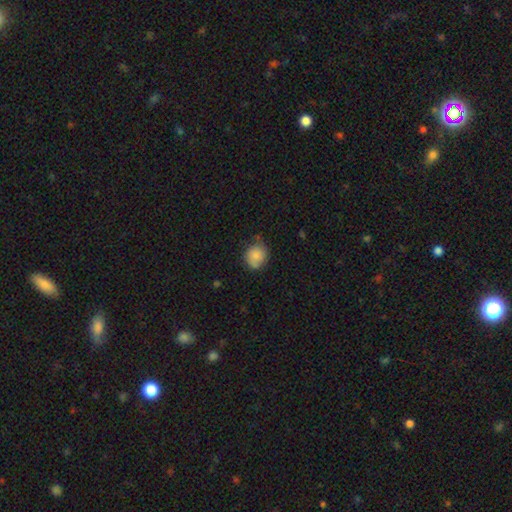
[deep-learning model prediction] The model was most divided on "merging": none: 67%, minor disturbance: 22%, merger: 6%, major disturbance: 5%. More confident: smooth or featured — smooth (81%); how rounded — round (78%).